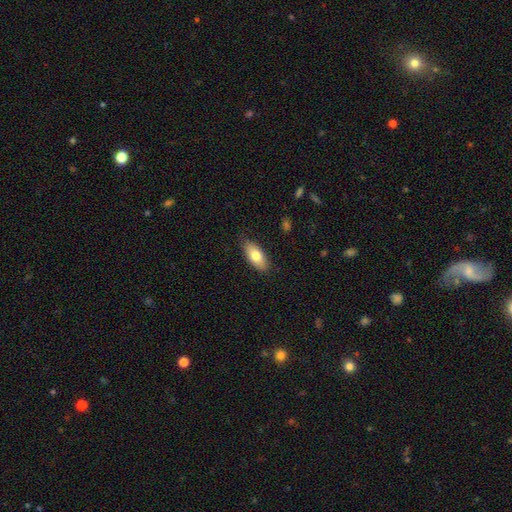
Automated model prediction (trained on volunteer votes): This appears to be a smooth galaxy with no disk features (75%) that is in between round and cigar-shaped (87%). Merging: none (84%).